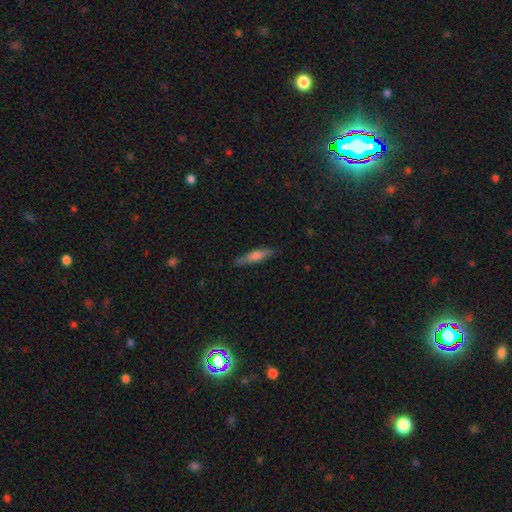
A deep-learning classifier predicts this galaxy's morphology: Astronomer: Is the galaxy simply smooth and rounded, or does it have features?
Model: smooth — 60%.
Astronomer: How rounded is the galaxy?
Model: cigar-shaped — 81%.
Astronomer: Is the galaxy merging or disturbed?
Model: none — 84%.